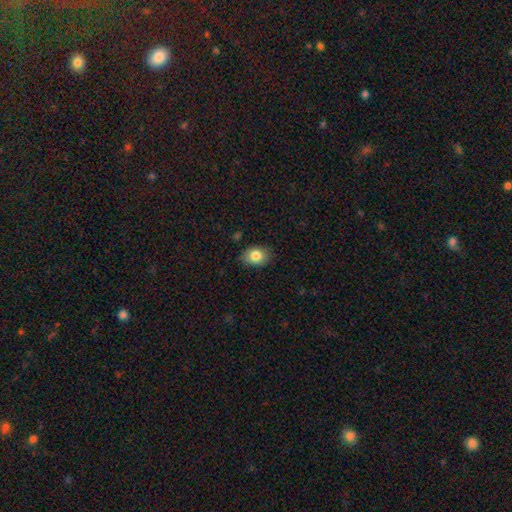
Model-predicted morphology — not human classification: This appears to be a smooth galaxy with no disk features (83%) that is in between round and cigar-shaped (65%). Merging: none (83%).